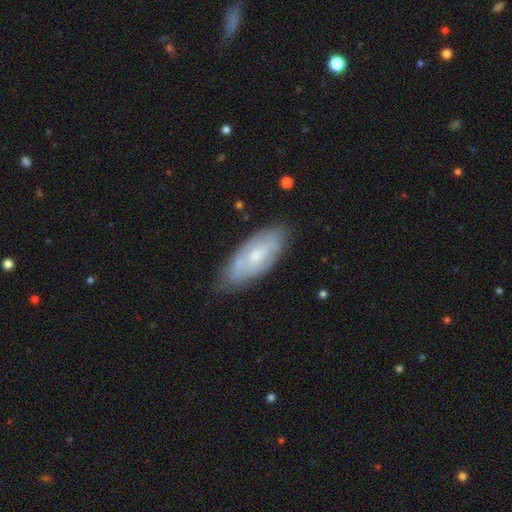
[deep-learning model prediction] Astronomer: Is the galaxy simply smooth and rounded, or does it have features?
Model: featured or disk — 51% (runner-up: smooth, 42%).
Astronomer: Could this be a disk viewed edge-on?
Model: no — 85%.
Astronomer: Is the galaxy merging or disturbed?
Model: none — 68%.